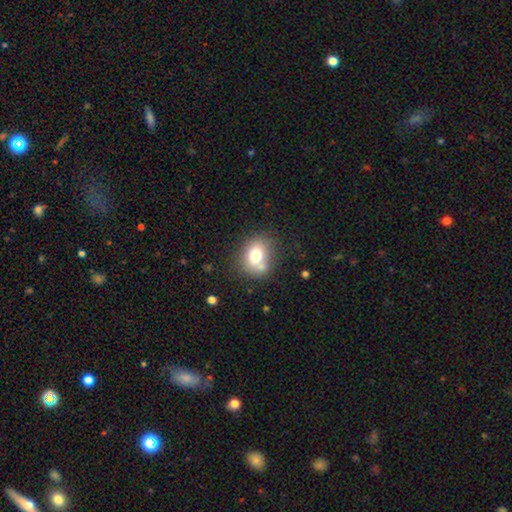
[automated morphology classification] A smooth galaxy with no disk features (72%) that is round (51%). Merging: none (61%).